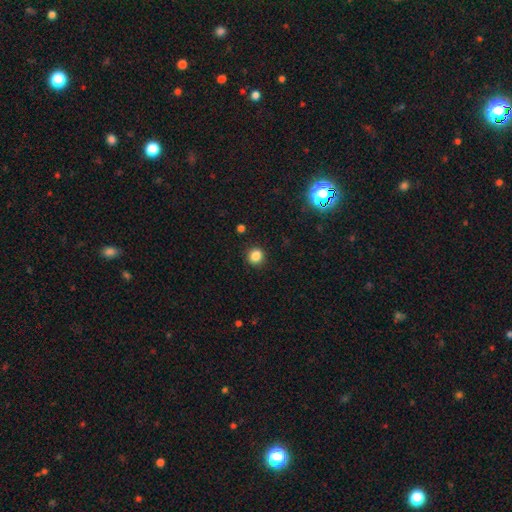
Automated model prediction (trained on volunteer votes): Overall: smooth (84%). How rounded: round (90%). Merging: none (91%).